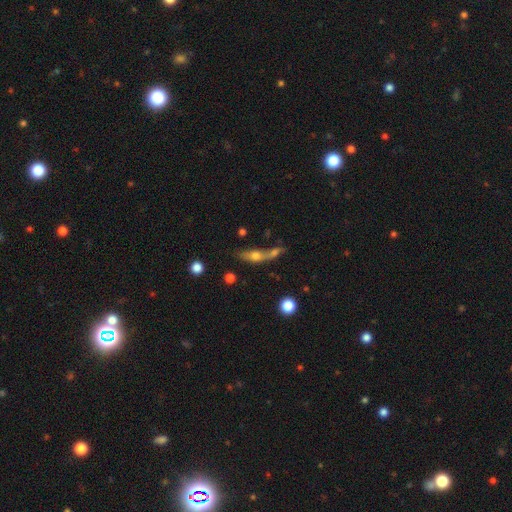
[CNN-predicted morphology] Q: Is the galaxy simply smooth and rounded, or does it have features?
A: smooth — 48%.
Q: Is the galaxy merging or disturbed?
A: merger — 43%.